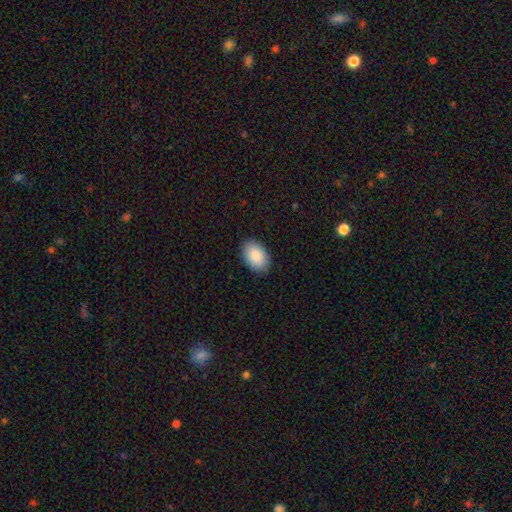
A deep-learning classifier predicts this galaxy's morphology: Smooth or featured?
  - smooth: 89% *
  - star or artifact: 6%
  - featured or disk: 5%
How rounded?
  - in between: 91% *
  - round: 8%
  - cigar-shaped: 1%
Merging?
  - none: 89% *
  - minor disturbance: 9%
  - major disturbance: 2%
  - merger: 1%